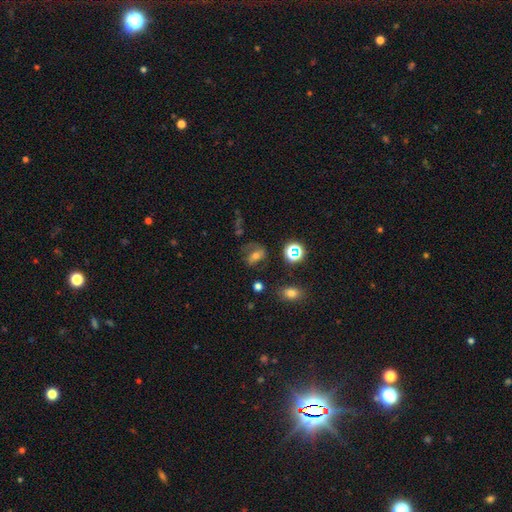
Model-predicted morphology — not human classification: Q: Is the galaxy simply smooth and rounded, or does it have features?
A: smooth — 44%.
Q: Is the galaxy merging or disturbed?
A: none — 59%.